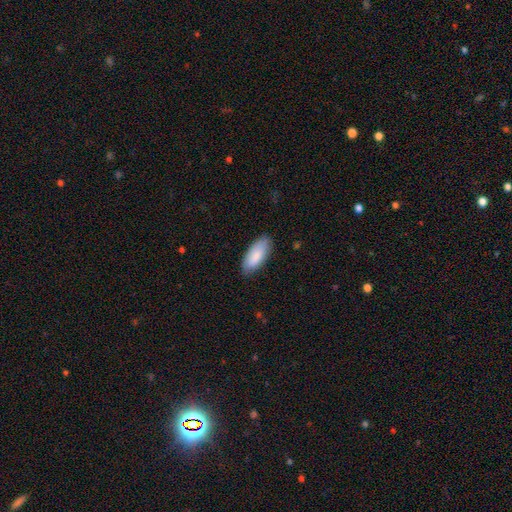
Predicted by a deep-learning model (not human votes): smooth_or_featured: smooth (p=0.86) [alt: featured or disk p=0.09]
how_rounded: in between (p=0.84) [alt: cigar-shaped p=0.15]
merging: none (p=0.84) [alt: minor disturbance p=0.12]